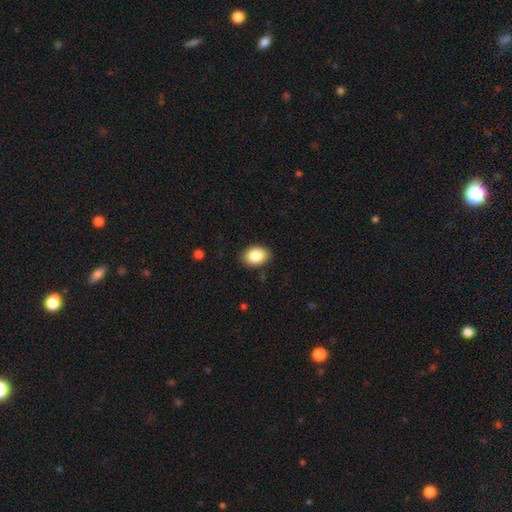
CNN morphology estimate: Smooth or featured? smooth (85%)
How rounded? in between (77%)
Merging? none (87%)